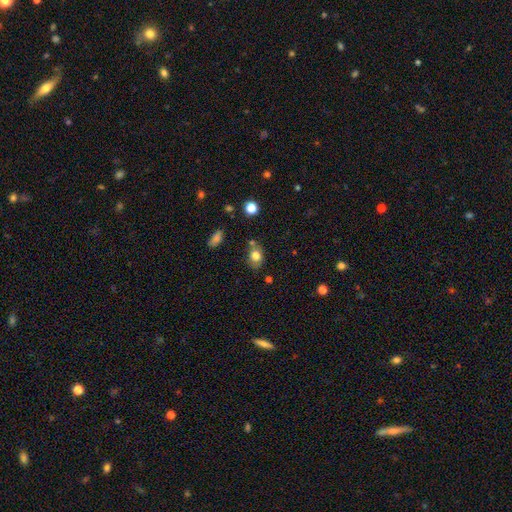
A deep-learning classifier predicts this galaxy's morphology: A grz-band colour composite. It shows a smooth galaxy with no disk features (76%) that is in between round and cigar-shaped (63%). Merging: none (66%).